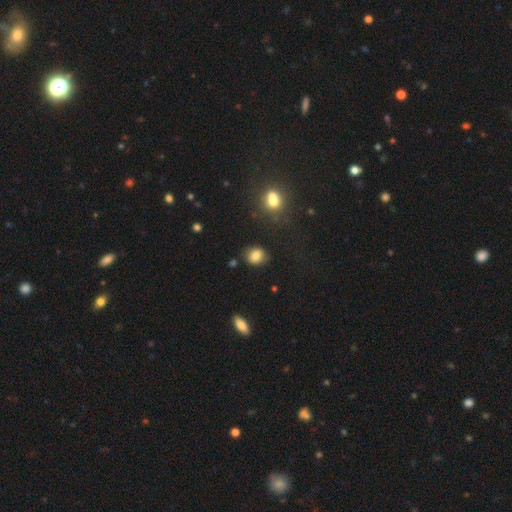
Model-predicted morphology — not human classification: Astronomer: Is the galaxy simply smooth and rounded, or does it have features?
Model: smooth — 81%.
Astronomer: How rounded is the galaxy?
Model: round — 52% (runner-up: in between, 47%).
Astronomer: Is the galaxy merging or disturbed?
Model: none — 80%.